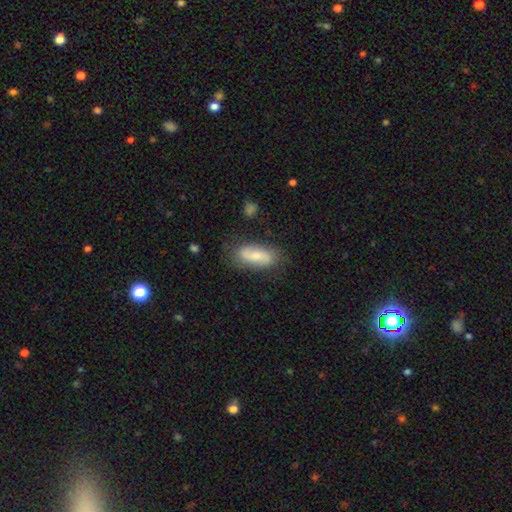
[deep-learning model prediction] Q: Smooth or featured?
A: smooth (63%); runner-up: featured or disk (31%)
Q: How rounded?
A: in between (81%); runner-up: cigar-shaped (16%)
Q: Merging?
A: none (73%); runner-up: minor disturbance (19%)